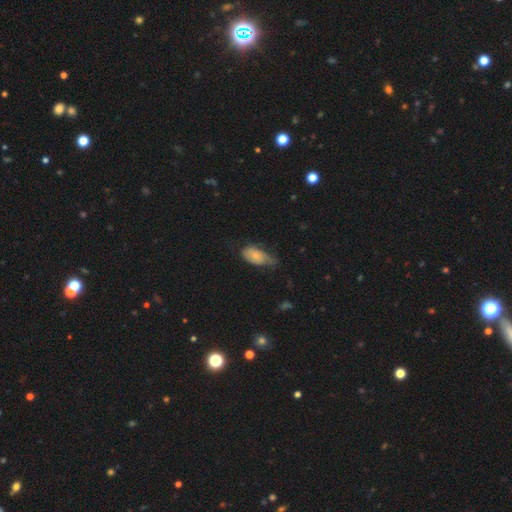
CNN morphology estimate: Smooth or featured?
  - smooth: 68% *
  - featured or disk: 25%
  - star or artifact: 7%
How rounded?
  - in between: 92% *
  - round: 4%
  - cigar-shaped: 3%
Merging?
  - minor disturbance: 44% *
  - none: 31%
  - major disturbance: 22%
  - merger: 2%